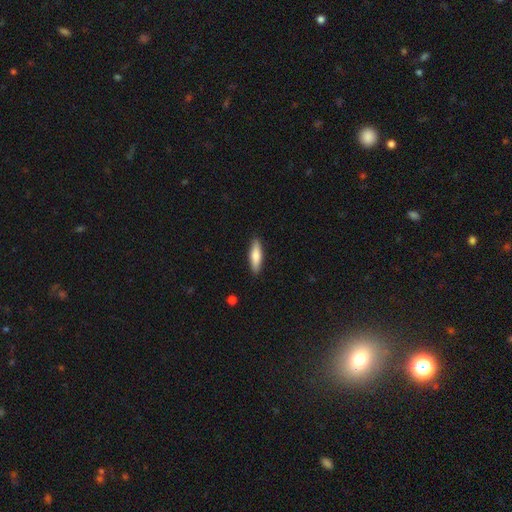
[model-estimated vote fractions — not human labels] The model was most divided on "how rounded": cigar-shaped: 64%, in between: 35%, round: 2%. More confident: merging — none (90%); smooth or featured — smooth (69%).